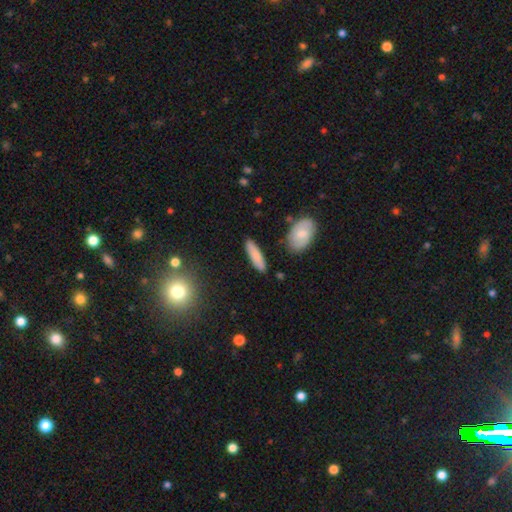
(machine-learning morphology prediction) type=smooth (82%); roundness=cigar-shaped (65%); merging=none (86%).